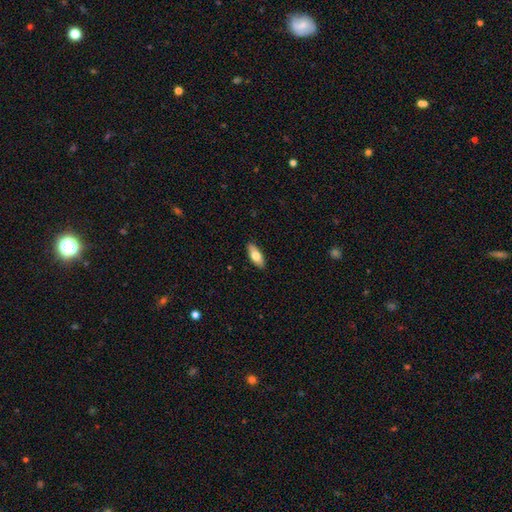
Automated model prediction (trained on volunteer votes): This appears to be a smooth galaxy with no disk features (72%) that is in between round and cigar-shaped (79%). Merging: none (89%).